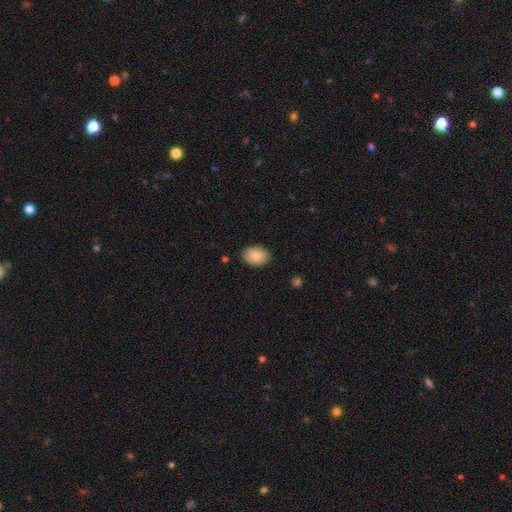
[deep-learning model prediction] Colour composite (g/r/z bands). It shows a smooth galaxy with no disk features (86%) that is in between round and cigar-shaped (81%). Merging: none (88%).